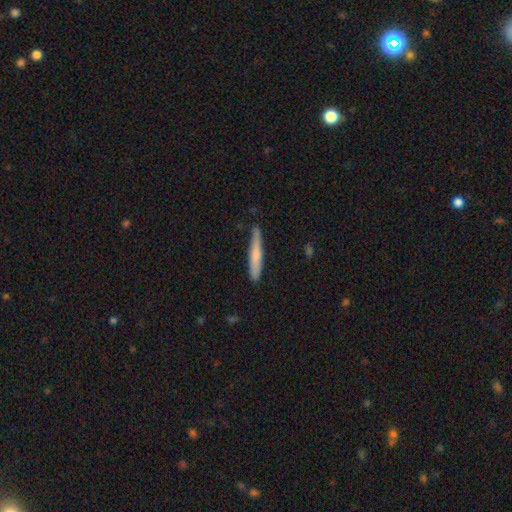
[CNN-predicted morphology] type=smooth (67%); roundness=cigar-shaped (94%); merging=none (79%).